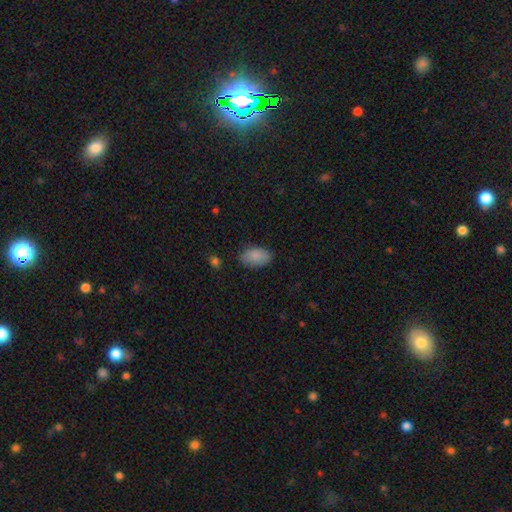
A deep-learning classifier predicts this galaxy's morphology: This appears to be a smooth galaxy with no disk features (88%) that is in between round and cigar-shaped (93%). Merging: none (82%).